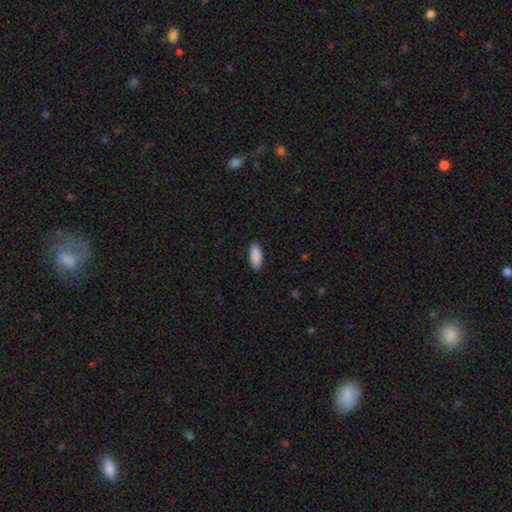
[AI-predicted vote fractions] A smooth galaxy with no disk features (91%) that is in between round and cigar-shaped (85%).

Vote fractions:
- Smooth or featured? smooth: 91% / star or artifact: 6% / featured or disk: 3%
- How rounded? in between: 85% / cigar-shaped: 14% / round: 2%
- Merging? none: 89% / minor disturbance: 8% / major disturbance: 2% / merger: 1%